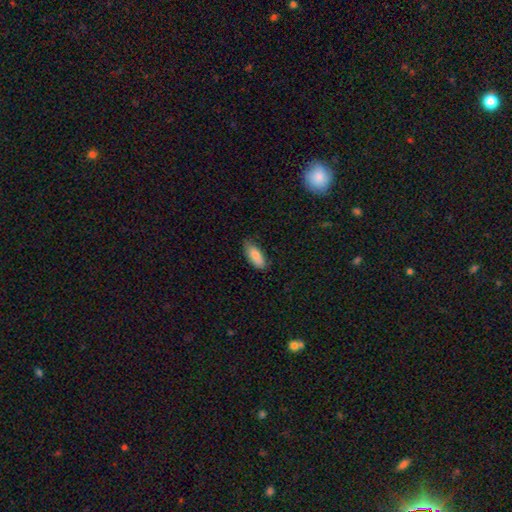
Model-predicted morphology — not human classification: A smooth galaxy with no disk features (83%) that is in between round and cigar-shaped (81%). Merging: none (77%).